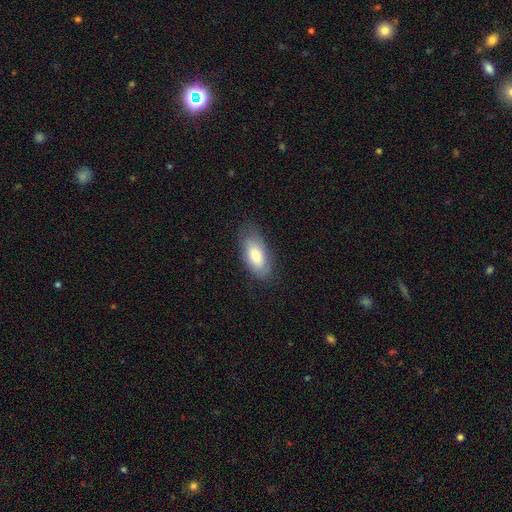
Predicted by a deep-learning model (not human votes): Smooth or featured? smooth (77%)
How rounded? in between (88%)
Merging? none (75%)